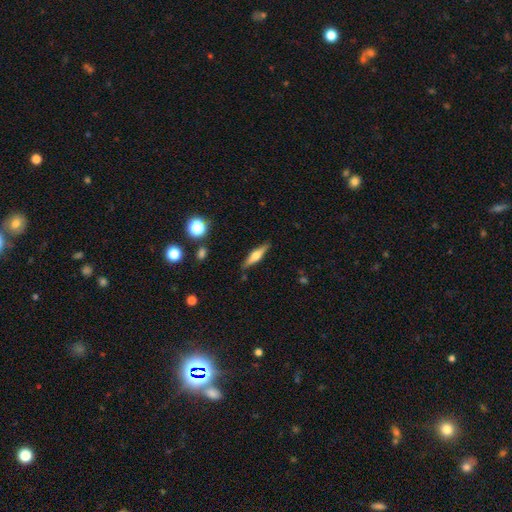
Smooth or featured?
  - featured or disk: 61% *
  - smooth: 32%
  - star or artifact: 8%
Edge-on disk?
  - yes: 100% *
  - no: 0%
Edge-on bulge?
  - rounded: 83% *
  - boxy: 13%
  - none: 4%
Merging?
  - none: 71% *
  - minor disturbance: 20%
  - merger: 6%
  - major disturbance: 3%